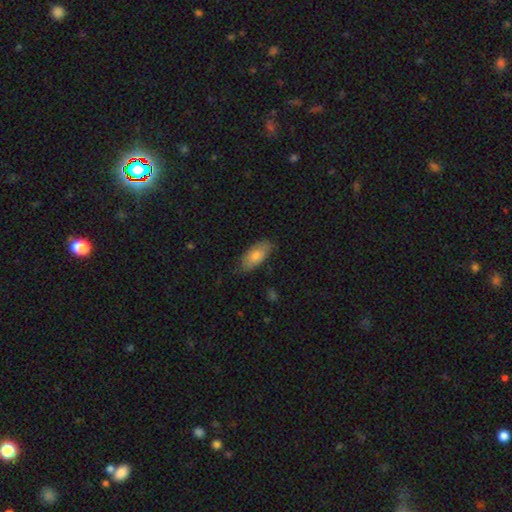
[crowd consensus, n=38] Overall: smooth (76%). How rounded: in between (79%). Merging: none (80%).